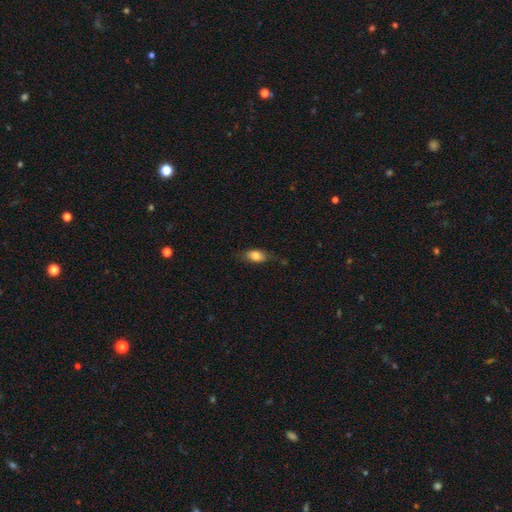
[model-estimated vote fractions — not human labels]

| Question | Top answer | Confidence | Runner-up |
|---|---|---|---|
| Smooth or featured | smooth | 79% | featured or disk (13%) |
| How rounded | in between | 85% | cigar-shaped (8%) |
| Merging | none | 71% | minor disturbance (22%) |